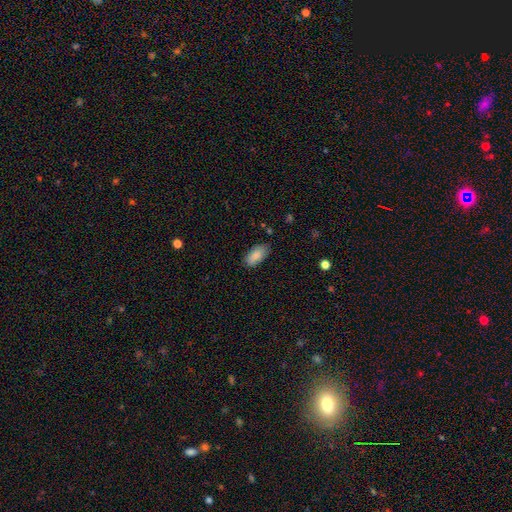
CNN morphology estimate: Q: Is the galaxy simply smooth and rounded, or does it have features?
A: smooth — 87%.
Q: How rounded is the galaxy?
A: in between — 92%.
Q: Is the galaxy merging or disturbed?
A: none — 79%.